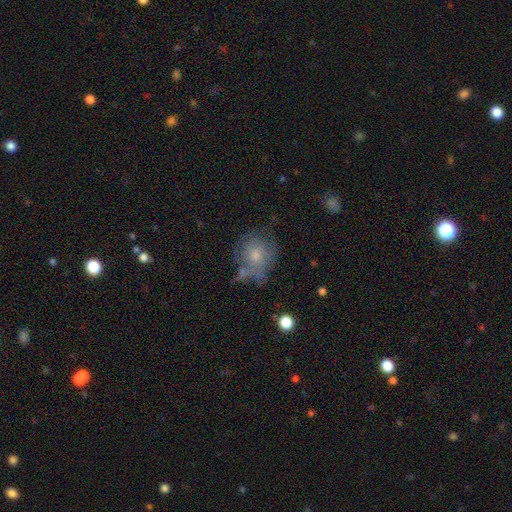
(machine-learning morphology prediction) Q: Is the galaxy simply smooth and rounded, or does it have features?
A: smooth — 58%.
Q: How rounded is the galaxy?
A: round — 72%.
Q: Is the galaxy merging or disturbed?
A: none — 45%.